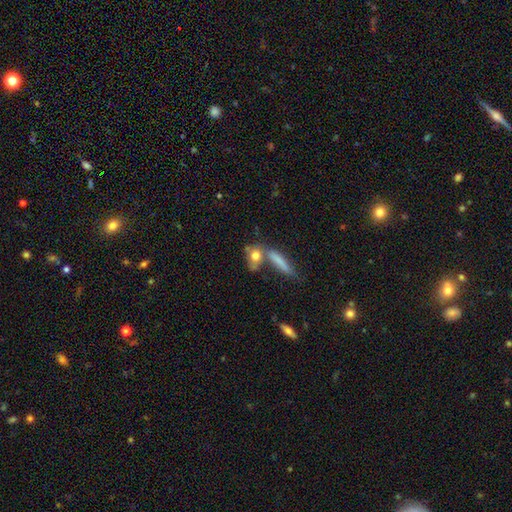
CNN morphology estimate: smooth 72%, featured or disk 19%, star or artifact 9%. Down the decision tree: how rounded — in between (40%); merging — none (43%).